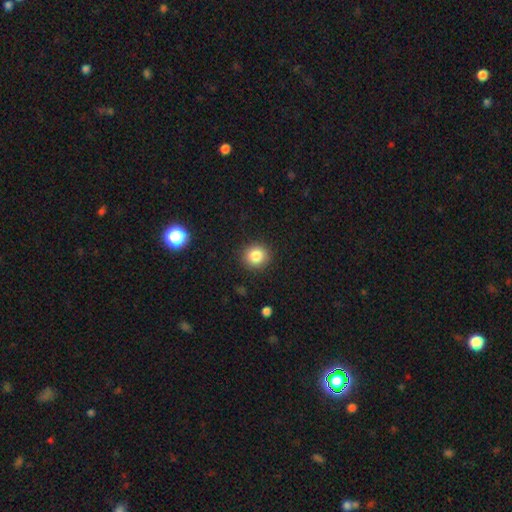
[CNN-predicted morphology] This is clearly a smooth galaxy (85%). How rounded: clearly round (86%). Merging: clearly none (89%).